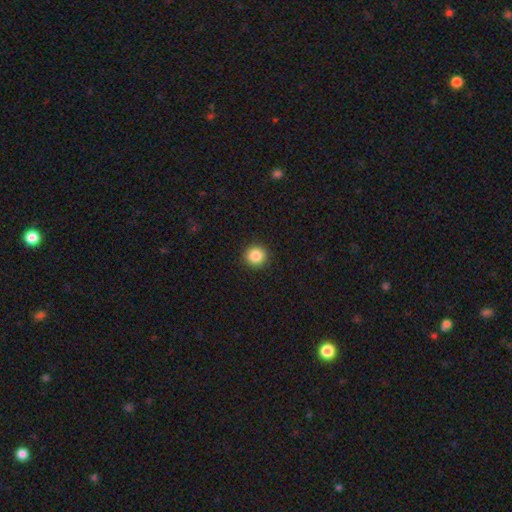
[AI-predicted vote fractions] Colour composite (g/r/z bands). It shows a smooth galaxy with no disk features (86%) that is round (94%). Merging: none (93%).